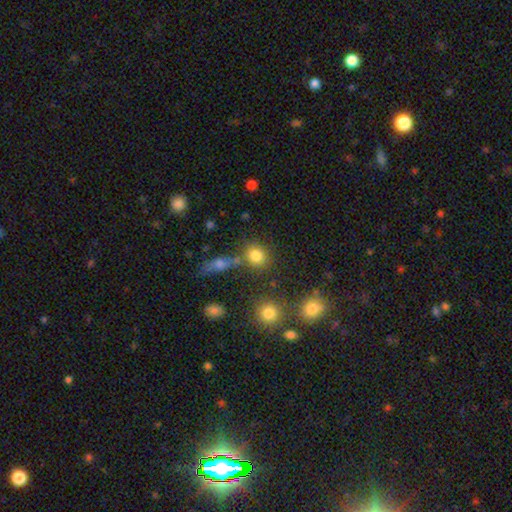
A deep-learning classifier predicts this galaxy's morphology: Q: Smooth or featured?
A: smooth (80%); runner-up: star or artifact (13%)
Q: How rounded?
A: round (77%); runner-up: in between (21%)
Q: Merging?
A: none (70%); runner-up: merger (15%)